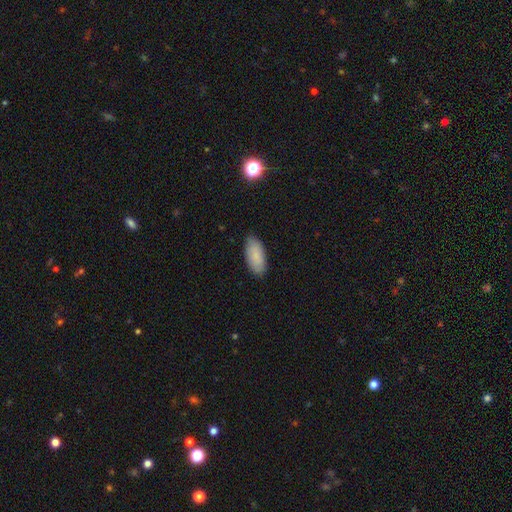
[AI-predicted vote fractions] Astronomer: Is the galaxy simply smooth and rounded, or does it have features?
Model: smooth — 86%.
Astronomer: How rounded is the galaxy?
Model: in between — 89%.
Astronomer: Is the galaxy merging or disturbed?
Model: none — 84%.